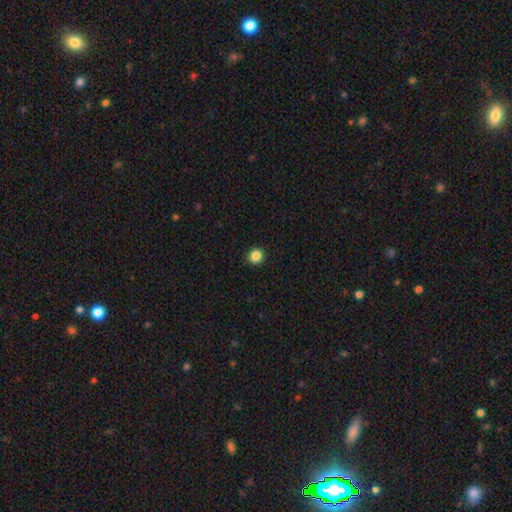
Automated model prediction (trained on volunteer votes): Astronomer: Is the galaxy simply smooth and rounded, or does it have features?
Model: smooth — 86%.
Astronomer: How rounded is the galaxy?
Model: round — 93%.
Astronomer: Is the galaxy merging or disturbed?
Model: none — 93%.